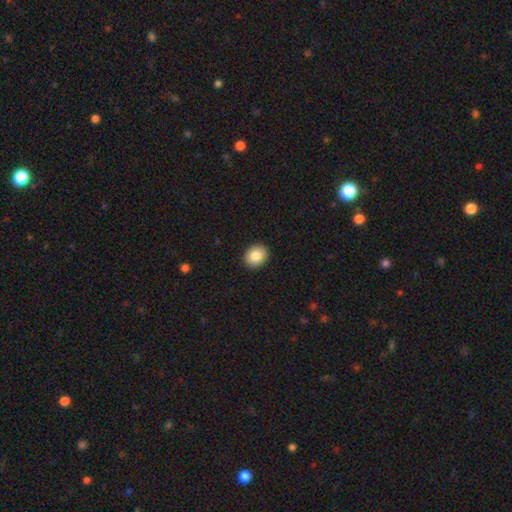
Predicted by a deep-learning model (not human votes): This is clearly a smooth galaxy (85%). How rounded: possibly round (52%). Merging: clearly none (91%).